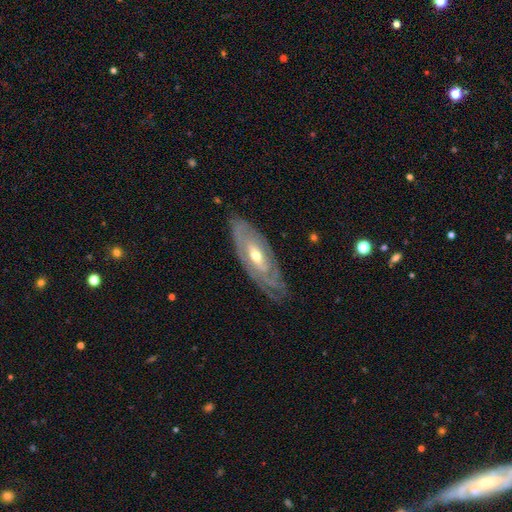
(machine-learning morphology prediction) Smooth or featured: featured or disk — 79% (smooth — 15%)
Edge-on disk: no — 79% (yes — 21%)
Bar: no — 61% (weak — 28%)
Spiral arms: yes — 73% (no — 27%)
Bulge size: moderate — 59% (small — 36%)
Merging: none — 81% (minor disturbance — 14%)